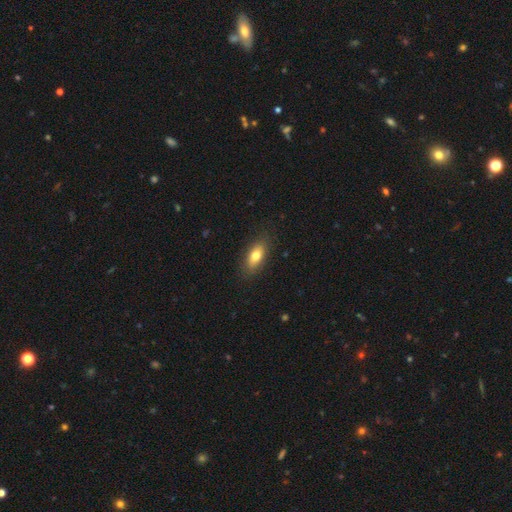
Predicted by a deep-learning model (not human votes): Smooth or featured?
  - smooth: 76% *
  - featured or disk: 16%
  - star or artifact: 8%
How rounded?
  - in between: 82% *
  - cigar-shaped: 13%
  - round: 5%
Merging?
  - none: 85% *
  - minor disturbance: 11%
  - major disturbance: 3%
  - merger: 1%